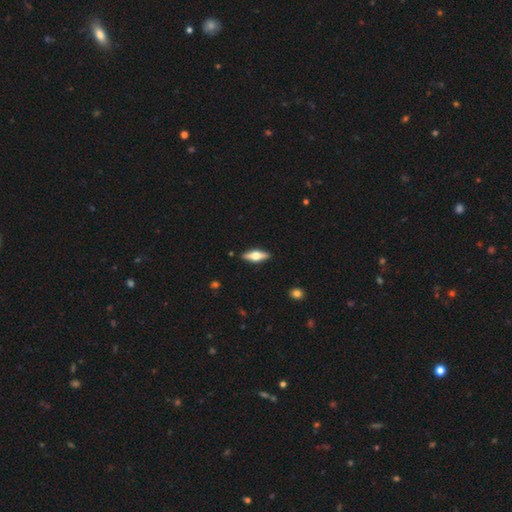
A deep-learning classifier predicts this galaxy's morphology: Smooth or featured? featured or disk (53%)
Edge-on disk? yes (92%)
Merging? none (90%)